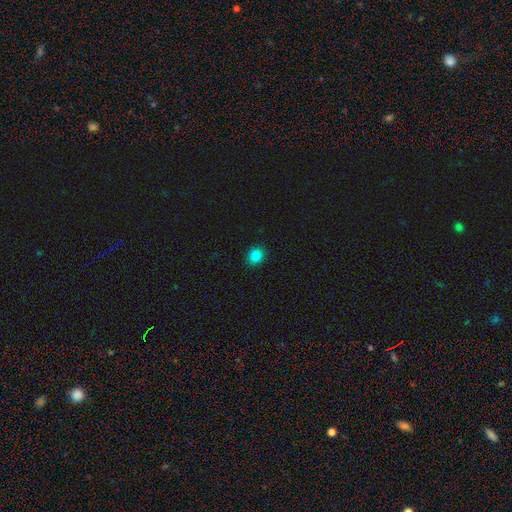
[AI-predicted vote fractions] smooth-or-featured: smooth: 82% | star or artifact: 12% | featured or disk: 6%
  how-rounded: round: 71% | in between: 28% | cigar-shaped: 1%
  merging: none: 91% | minor disturbance: 7% | major disturbance: 2% | merger: 1%